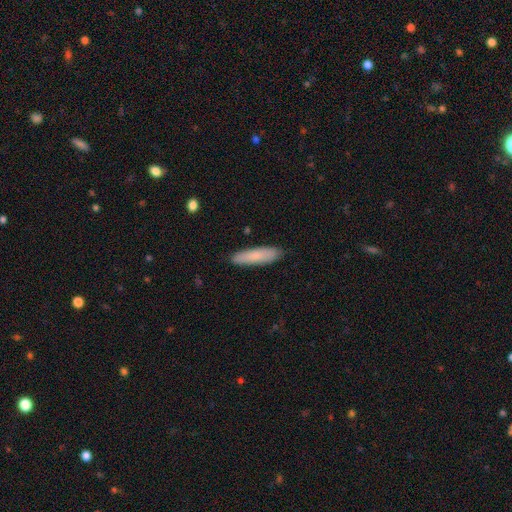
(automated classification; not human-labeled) Smooth or featured? smooth (82%)
How rounded? cigar-shaped (76%)
Merging? none (88%)